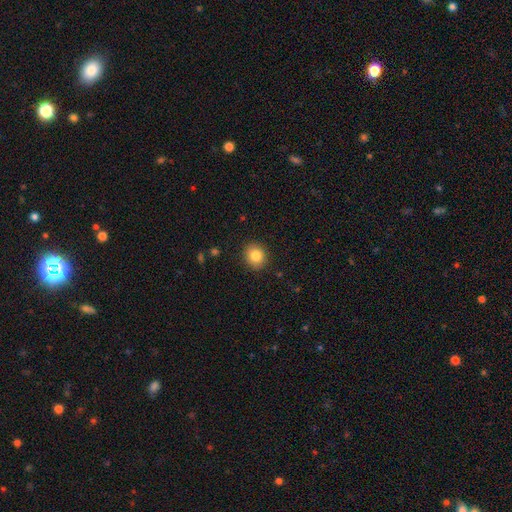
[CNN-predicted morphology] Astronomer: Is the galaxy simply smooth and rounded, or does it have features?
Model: smooth — 83%.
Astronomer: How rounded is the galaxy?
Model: round — 78%.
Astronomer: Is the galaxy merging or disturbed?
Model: none — 90%.